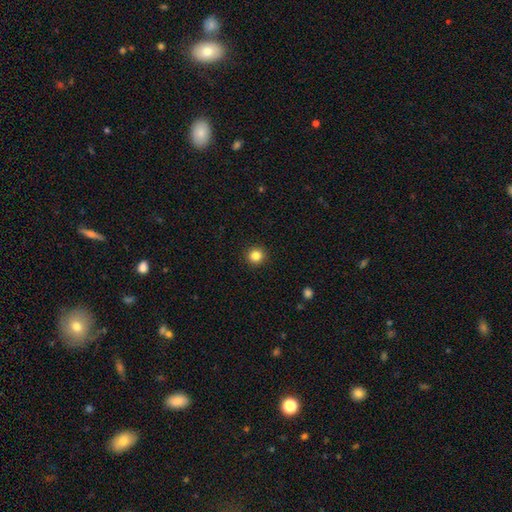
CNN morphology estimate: Q: Smooth or featured?
A: smooth (83%); runner-up: star or artifact (12%)
Q: How rounded?
A: round (94%); runner-up: in between (5%)
Q: Merging?
A: none (93%); runner-up: minor disturbance (4%)